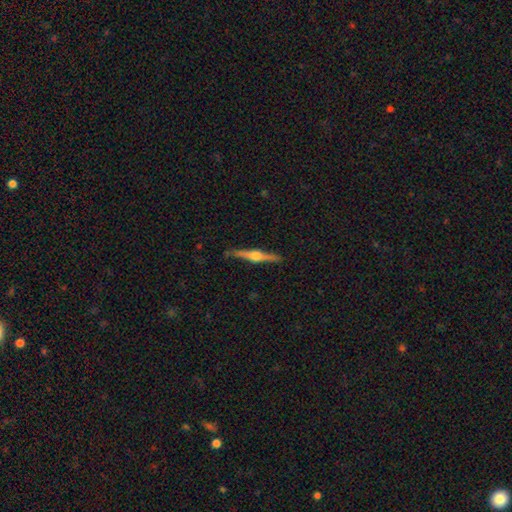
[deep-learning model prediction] This appears to be a featured or disk galaxy (80%) viewed edge-on (98%) with a rounded central bulge (95%). Merging: none (87%).